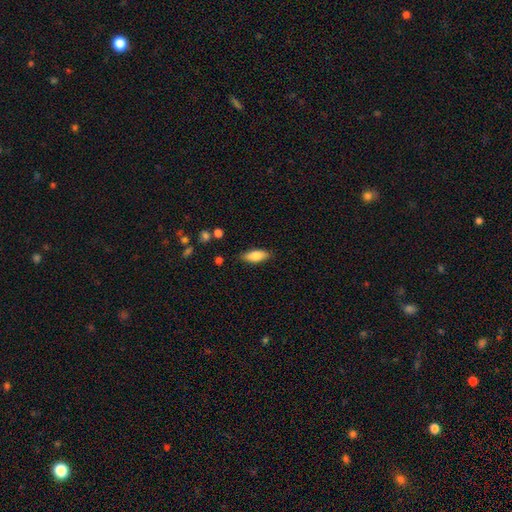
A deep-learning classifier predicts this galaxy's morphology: This appears to be a smooth galaxy with no disk features (82%) that is in between round and cigar-shaped (77%). Merging: none (83%).